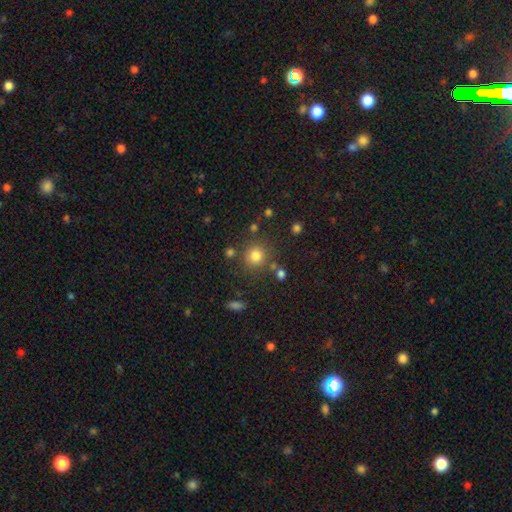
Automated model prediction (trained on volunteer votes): This is likely a smooth galaxy (79%). How rounded: clearly round (89%). Merging: likely none (79%).